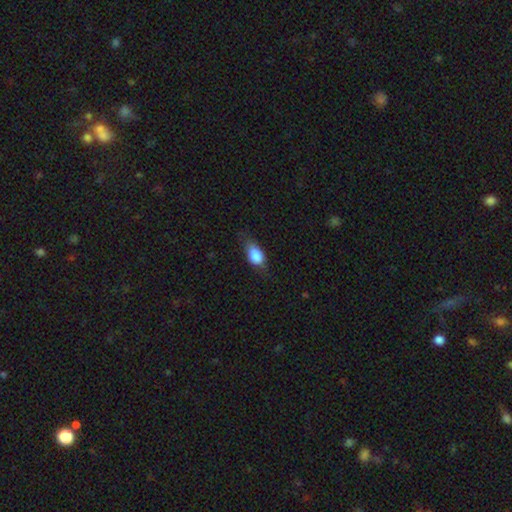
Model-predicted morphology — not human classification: smooth-or-featured: smooth: 83% | featured or disk: 9% | star or artifact: 7%
  how-rounded: in between: 85% | round: 10% | cigar-shaped: 5%
  merging: none: 52% | minor disturbance: 35% | major disturbance: 11% | merger: 2%